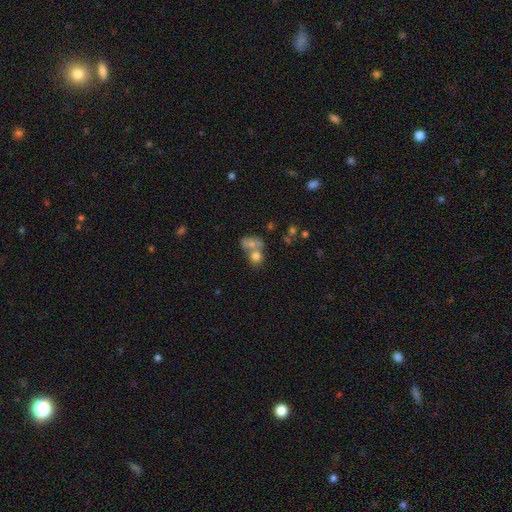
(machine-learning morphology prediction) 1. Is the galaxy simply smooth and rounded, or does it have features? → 73% smooth, 16% featured or disk, 12% star or artifact.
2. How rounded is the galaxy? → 64% round, 35% in between, 1% cigar-shaped.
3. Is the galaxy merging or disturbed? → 62% merger, 27% none, 7% minor disturbance, 4% major disturbance.